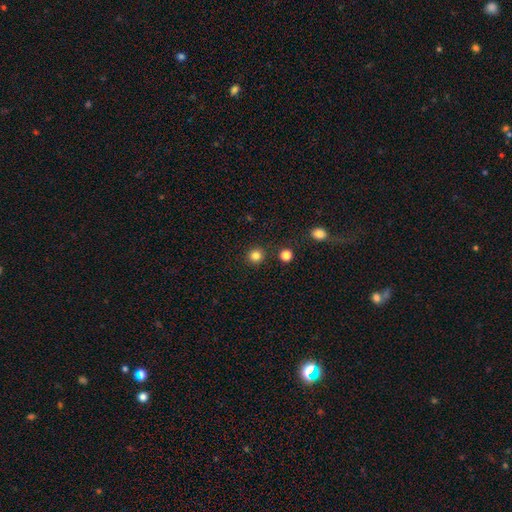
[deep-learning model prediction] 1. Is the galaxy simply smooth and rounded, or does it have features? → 83% smooth, 13% star or artifact, 4% featured or disk.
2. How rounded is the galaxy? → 93% round, 6% in between, 1% cigar-shaped.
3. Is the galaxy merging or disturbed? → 90% none, 5% minor disturbance, 3% merger, 2% major disturbance.